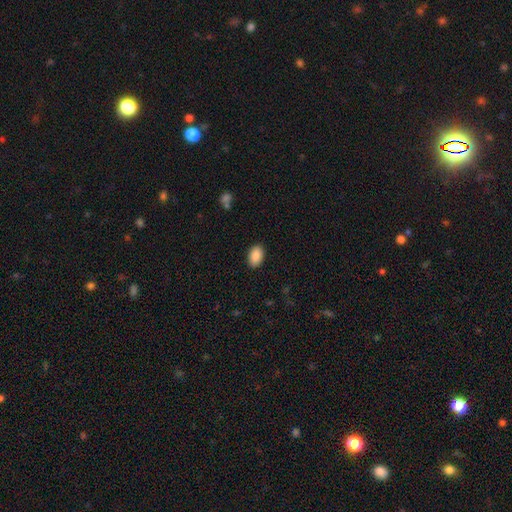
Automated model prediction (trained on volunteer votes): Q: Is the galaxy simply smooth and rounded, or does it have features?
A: smooth — 89%.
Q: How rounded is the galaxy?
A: in between — 90%.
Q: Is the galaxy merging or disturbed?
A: none — 89%.